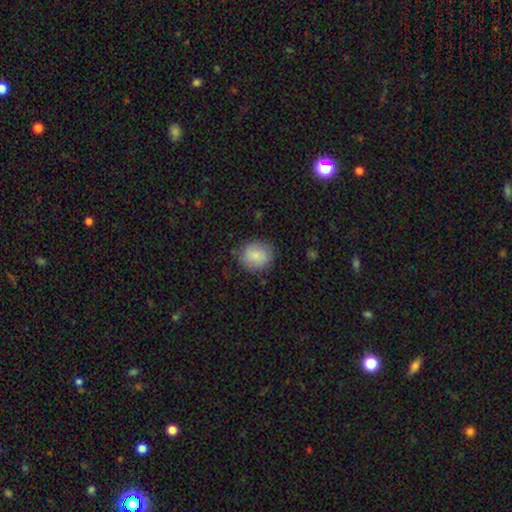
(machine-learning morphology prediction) Smooth or featured? smooth (86%)
How rounded? round (77%)
Merging? none (81%)